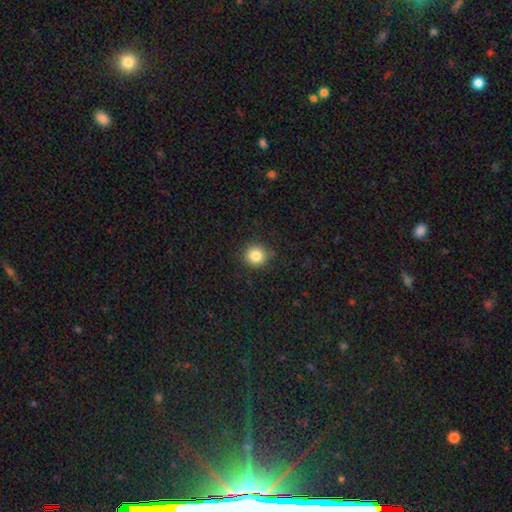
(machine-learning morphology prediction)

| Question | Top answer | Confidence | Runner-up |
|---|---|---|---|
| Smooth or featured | smooth | 84% | star or artifact (11%) |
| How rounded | round | 93% | in between (6%) |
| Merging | none | 88% | minor disturbance (8%) |